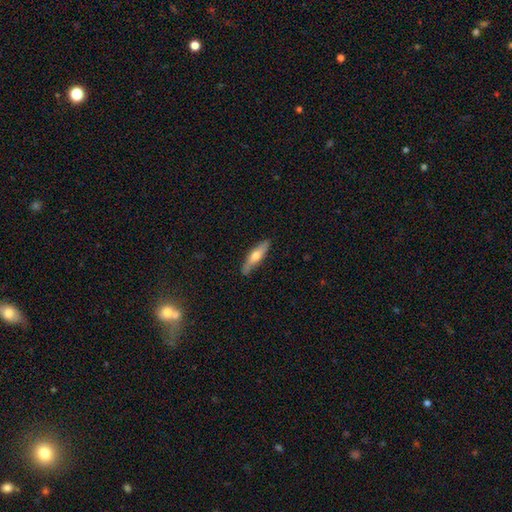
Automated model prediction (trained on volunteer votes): Morphology: type=smooth (51%); roundness=cigar-shaped (78%); merging=none (87%).